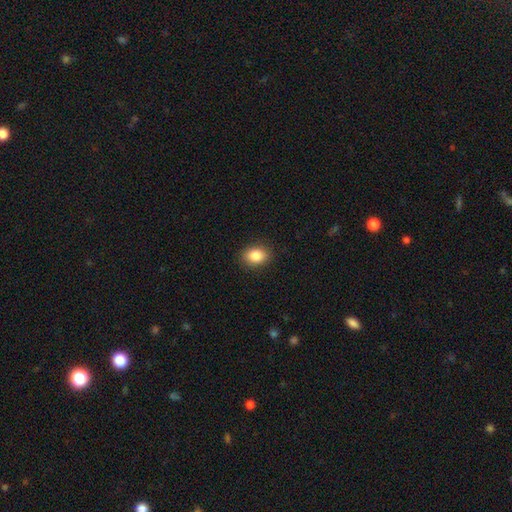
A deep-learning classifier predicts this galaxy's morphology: smooth_or_featured: smooth (p=0.86) [alt: star or artifact p=0.09]
how_rounded: in between (p=0.71) [alt: round p=0.28]
merging: none (p=0.89) [alt: minor disturbance p=0.08]